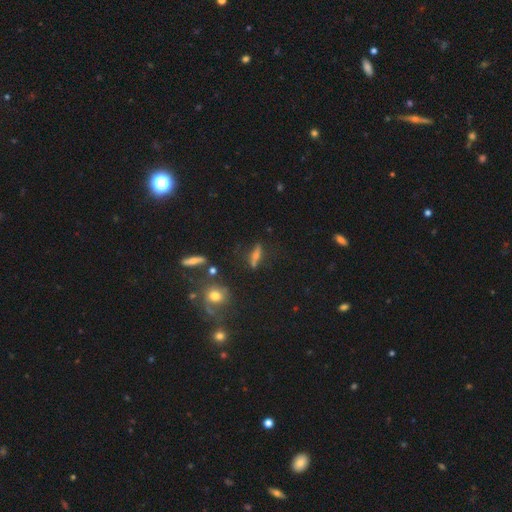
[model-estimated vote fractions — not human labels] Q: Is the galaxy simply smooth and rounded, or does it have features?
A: smooth — 47%.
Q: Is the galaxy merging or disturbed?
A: none — 74%.